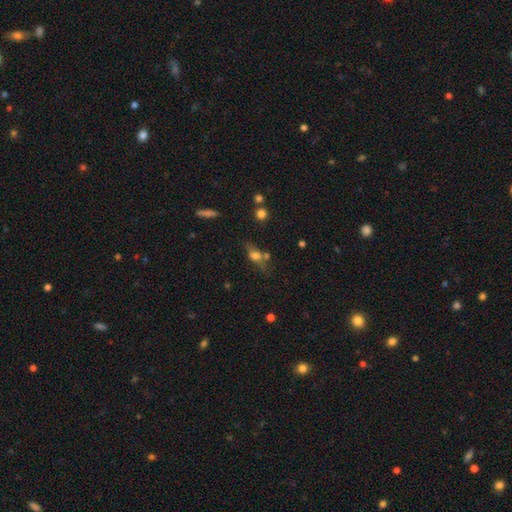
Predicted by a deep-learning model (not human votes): This appears to be a smooth galaxy with no disk features (55%) that is in between round and cigar-shaped (57%). Merging: none (50%).